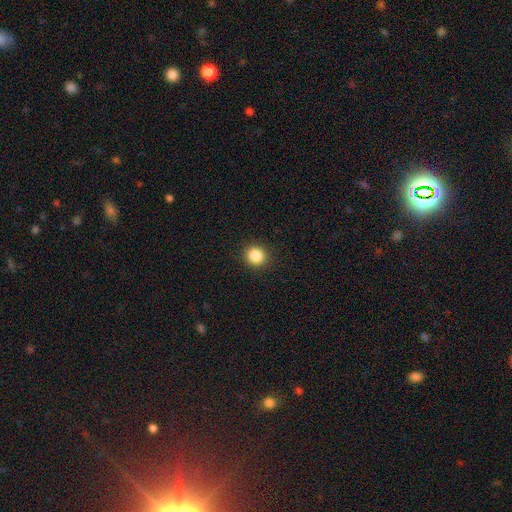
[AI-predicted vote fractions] smooth 86%, star or artifact 11%, featured or disk 4%. Down the decision tree: how rounded — round (89%); merging — none (91%).